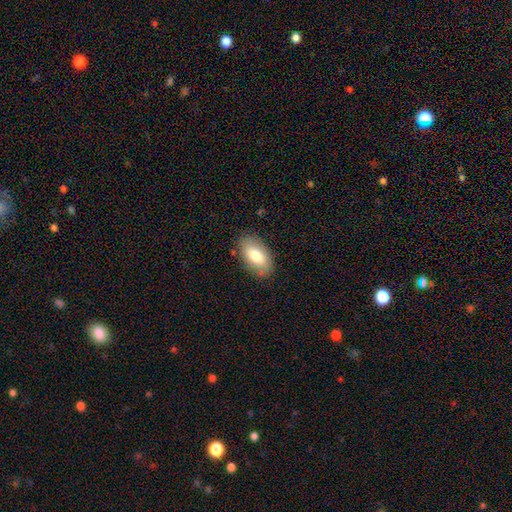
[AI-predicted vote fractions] Smooth or featured?
  - smooth: 77% *
  - featured or disk: 16%
  - star or artifact: 6%
How rounded?
  - in between: 94% *
  - round: 4%
  - cigar-shaped: 2%
Merging?
  - none: 80% *
  - minor disturbance: 15%
  - major disturbance: 4%
  - merger: 1%